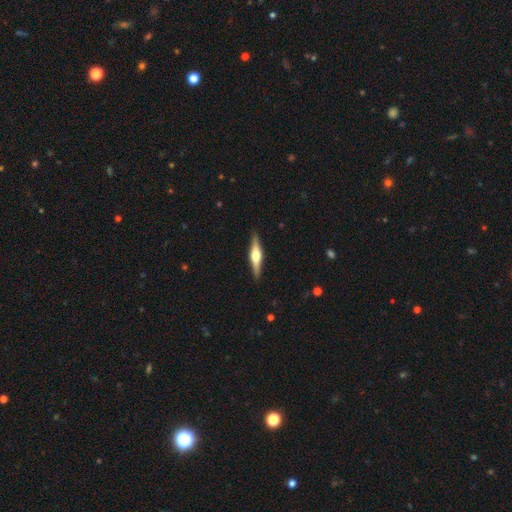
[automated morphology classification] Q: Smooth or featured?
A: featured or disk (67%); runner-up: smooth (28%)
Q: Edge-on disk?
A: yes (97%); runner-up: no (3%)
Q: Edge-on bulge?
A: rounded (91%); runner-up: boxy (7%)
Q: Merging?
A: none (90%); runner-up: minor disturbance (7%)